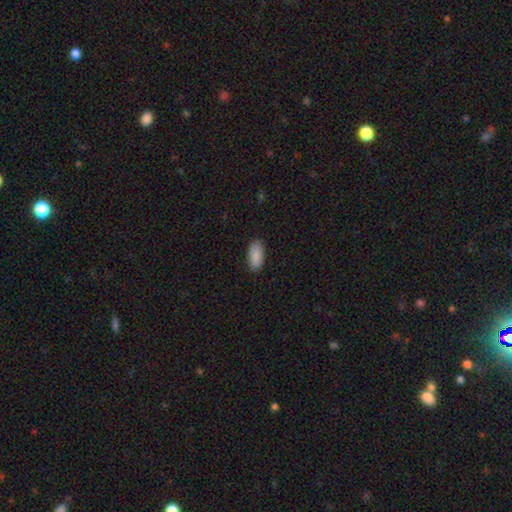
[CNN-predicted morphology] This is clearly a smooth galaxy (90%). How rounded: clearly in between (89%). Merging: clearly none (87%).